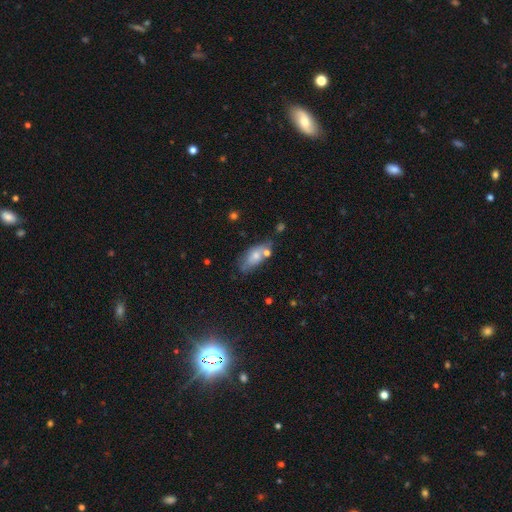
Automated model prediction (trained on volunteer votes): Smooth or featured: smooth — 61% (featured or disk — 30%)
How rounded: in between — 82% (cigar-shaped — 14%)
Merging: none — 50% (minor disturbance — 23%)